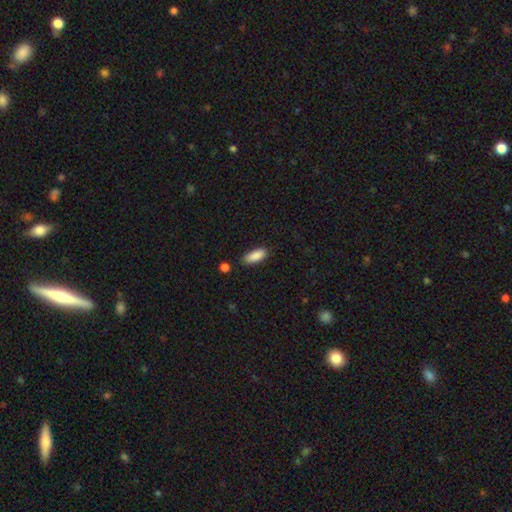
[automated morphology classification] This appears to be a smooth galaxy with no disk features (89%) that is in between round and cigar-shaped (79%). Merging: none (81%).